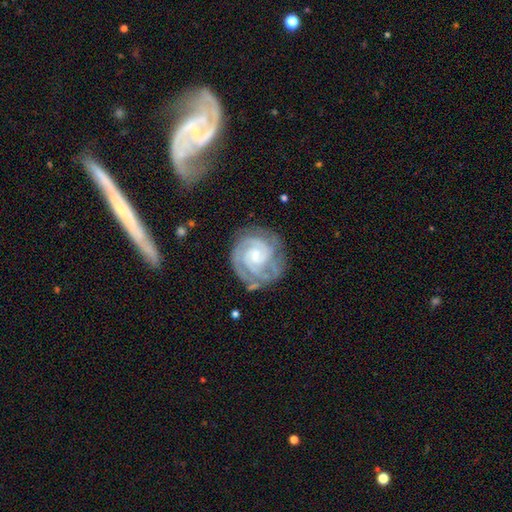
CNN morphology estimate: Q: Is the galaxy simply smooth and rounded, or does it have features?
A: featured or disk — 88%.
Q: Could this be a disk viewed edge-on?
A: no — 98%.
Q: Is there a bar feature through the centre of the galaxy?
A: no — 50%.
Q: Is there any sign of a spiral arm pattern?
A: yes — 98%.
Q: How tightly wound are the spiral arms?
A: tight — 74%.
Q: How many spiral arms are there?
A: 2 — 38%.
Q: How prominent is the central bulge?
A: small — 59%.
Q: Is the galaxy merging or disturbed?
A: none — 71%.